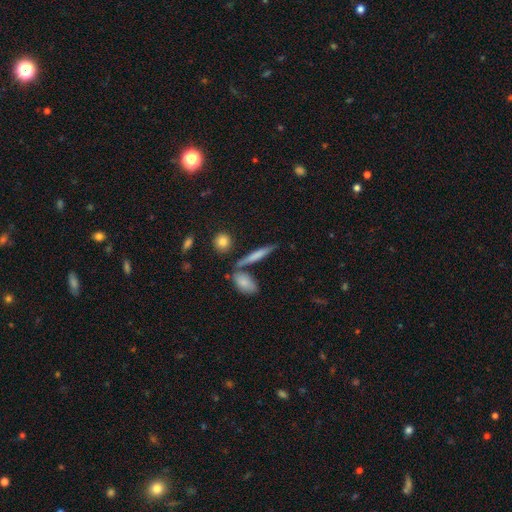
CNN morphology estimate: Overall: smooth (64%; featured or disk 28%). How rounded: cigar-shaped (78%). Merging: none (73%).